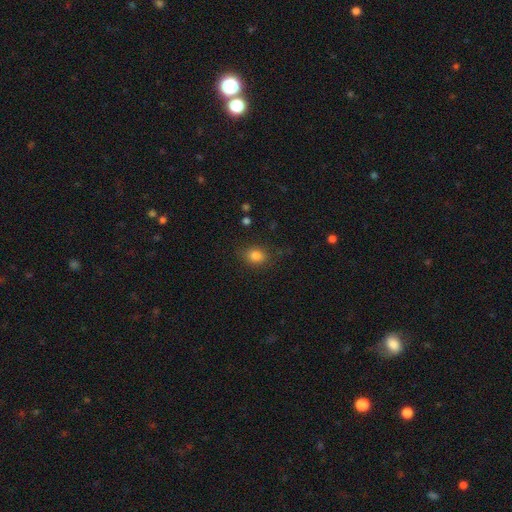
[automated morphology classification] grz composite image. It shows a smooth galaxy with no disk features (83%) that is in between round and cigar-shaped (55%). Merging: none (82%).